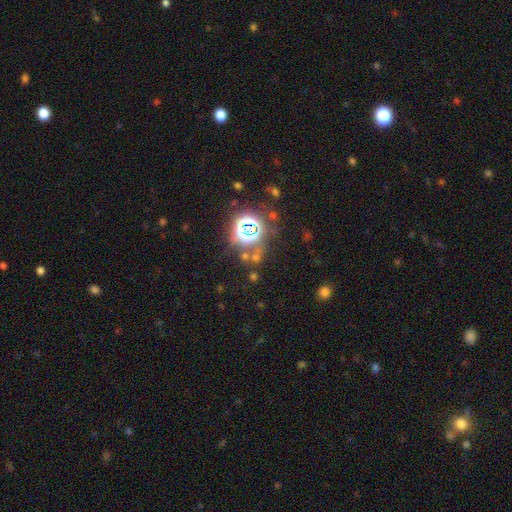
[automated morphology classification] smooth-or-featured: star or artifact: 66% | smooth: 24% | featured or disk: 9%